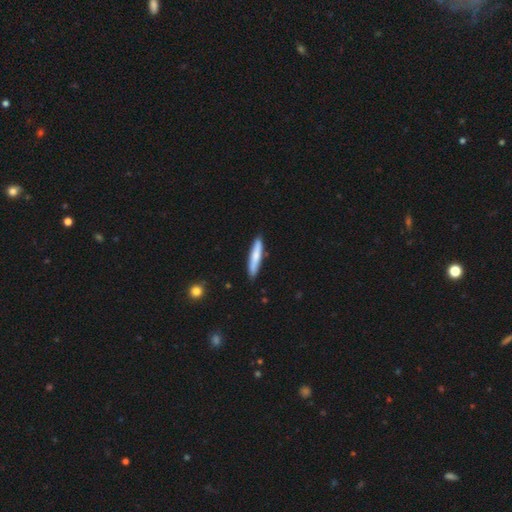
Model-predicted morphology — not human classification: This is likely a smooth galaxy (74%). How rounded: clearly cigar-shaped (91%). Merging: clearly none (87%).